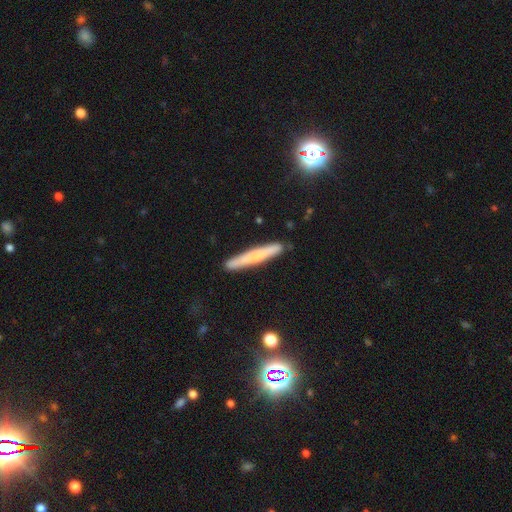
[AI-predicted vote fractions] Smooth or featured? smooth (60%)
How rounded? cigar-shaped (96%)
Merging? none (89%)